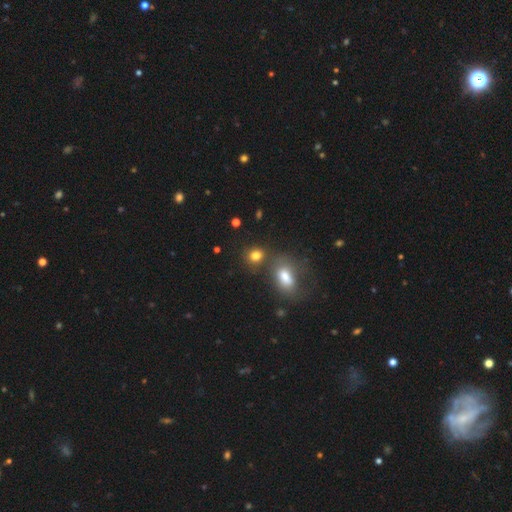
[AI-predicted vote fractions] Smooth or featured: smooth — 79% (star or artifact — 13%)
How rounded: round — 69% (in between — 30%)
Merging: none — 62% (merger — 24%)